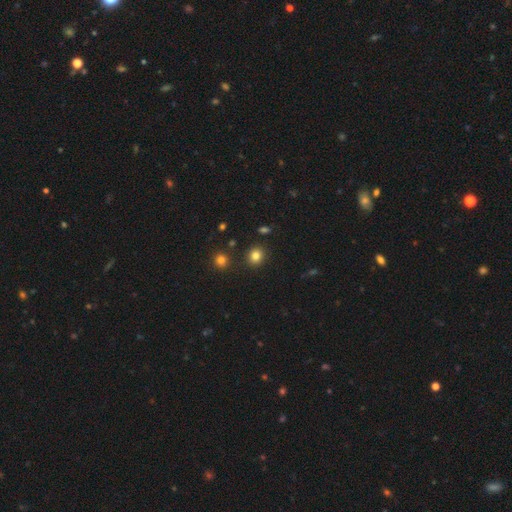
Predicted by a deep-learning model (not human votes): This is clearly a smooth galaxy (82%). How rounded: likely round (79%). Merging: clearly none (88%).